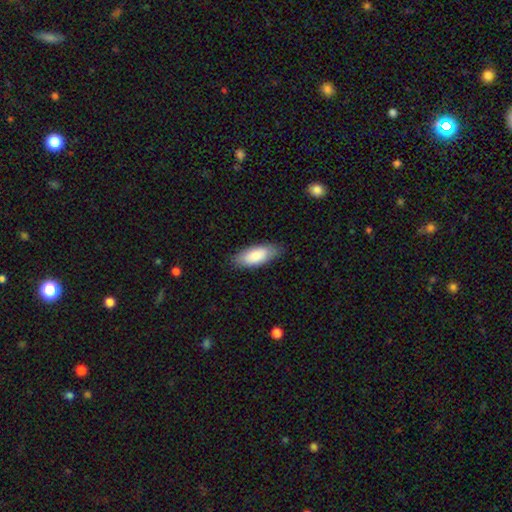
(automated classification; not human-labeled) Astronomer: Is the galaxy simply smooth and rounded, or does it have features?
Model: smooth — 83%.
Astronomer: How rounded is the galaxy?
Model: in between — 82%.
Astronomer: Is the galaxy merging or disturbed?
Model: none — 82%.